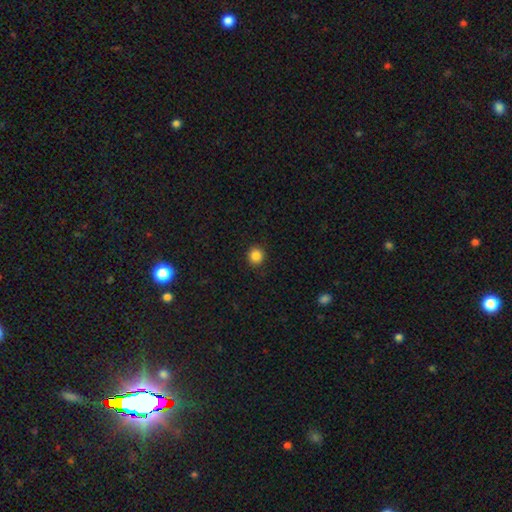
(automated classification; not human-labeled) Smooth or featured: smooth — 85% (star or artifact — 11%)
How rounded: round — 92% (in between — 8%)
Merging: none — 91% (minor disturbance — 6%)